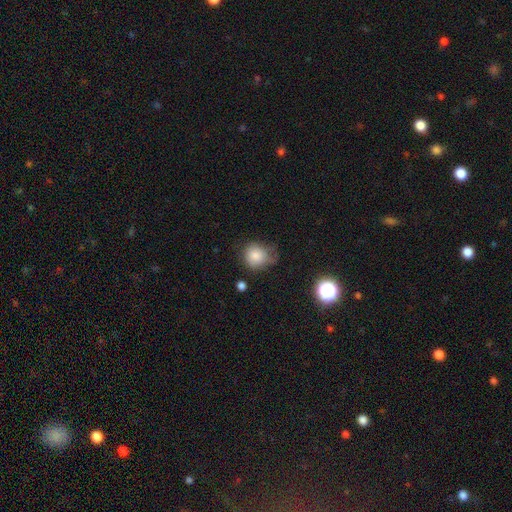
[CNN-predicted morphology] Smooth or featured?
  - smooth: 81% *
  - star or artifact: 9%
  - featured or disk: 9%
How rounded?
  - round: 82% *
  - in between: 17%
  - cigar-shaped: 1%
Merging?
  - none: 49% *
  - minor disturbance: 35%
  - major disturbance: 13%
  - merger: 3%